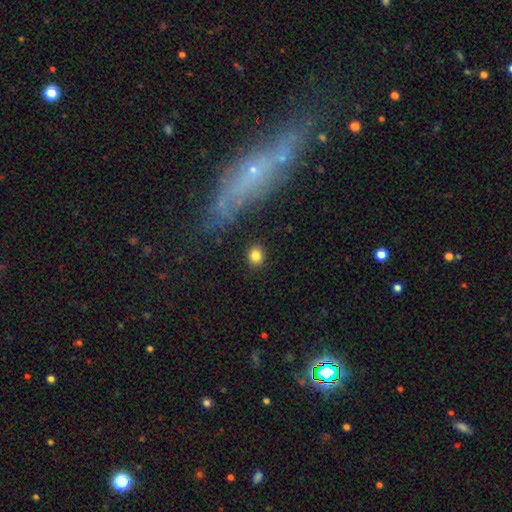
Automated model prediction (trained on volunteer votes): Smooth or featured?
  - smooth: 83% *
  - star or artifact: 10%
  - featured or disk: 6%
How rounded?
  - round: 83% *
  - in between: 16%
  - cigar-shaped: 1%
Merging?
  - none: 89% *
  - minor disturbance: 7%
  - major disturbance: 3%
  - merger: 2%